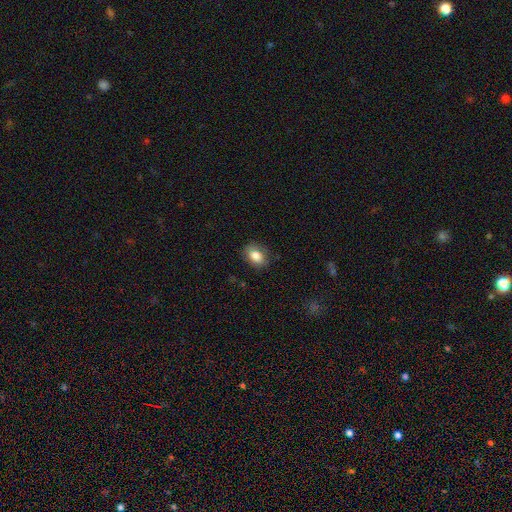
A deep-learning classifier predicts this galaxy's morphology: Overall: smooth (82%). How rounded: in between (70%). Merging: none (80%).